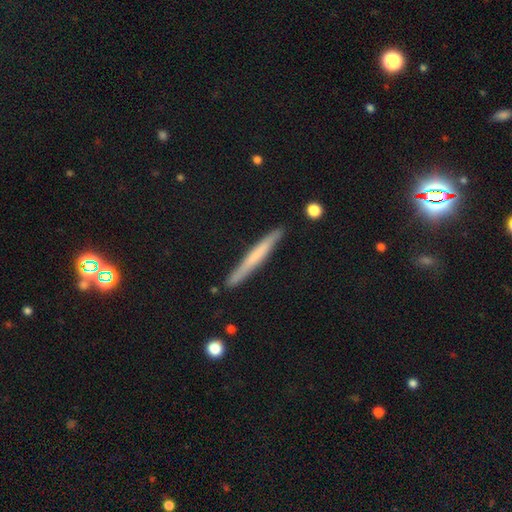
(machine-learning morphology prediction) The model was most divided on "smooth or featured": smooth: 54%, featured or disk: 40%, star or artifact: 6%. More confident: how rounded — cigar-shaped (97%); merging — none (88%).